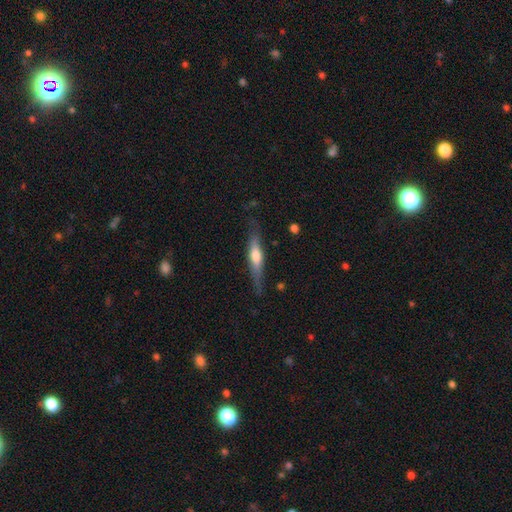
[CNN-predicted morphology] type=featured or disk (51%); edge-on=yes (90%); merging=none (73%).